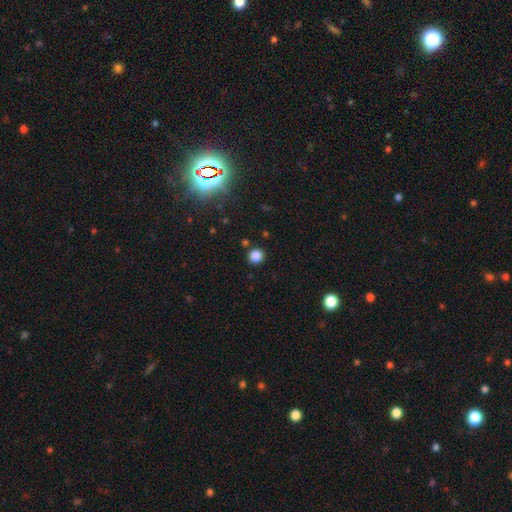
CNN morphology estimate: smooth-or-featured: smooth: 84% | star or artifact: 13% | featured or disk: 4%
  how-rounded: round: 90% | in between: 9% | cigar-shaped: 1%
  merging: none: 88% | minor disturbance: 6% | merger: 3% | major disturbance: 2%